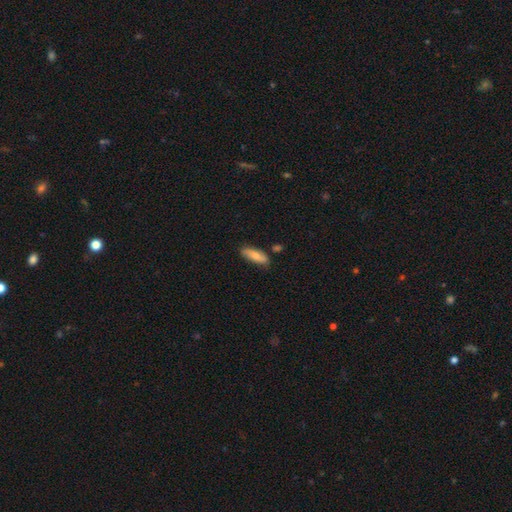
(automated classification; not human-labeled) smooth_or_featured: smooth (p=0.74) [alt: featured or disk p=0.20]
how_rounded: in between (p=0.63) [alt: cigar-shaped p=0.34]
merging: none (p=0.74) [alt: minor disturbance p=0.18]